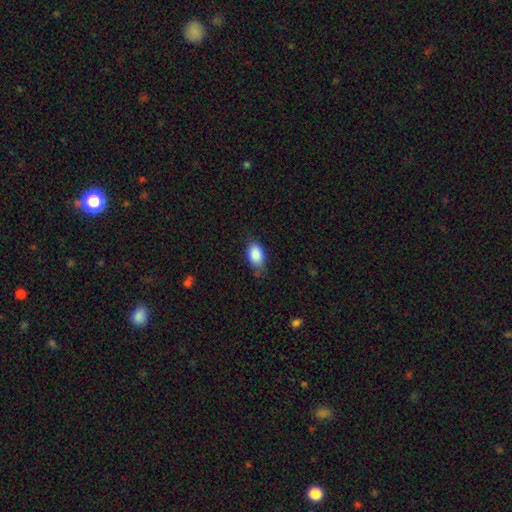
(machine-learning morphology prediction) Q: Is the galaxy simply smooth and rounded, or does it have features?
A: smooth — 88%.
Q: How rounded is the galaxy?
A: in between — 91%.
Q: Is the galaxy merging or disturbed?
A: none — 70%.